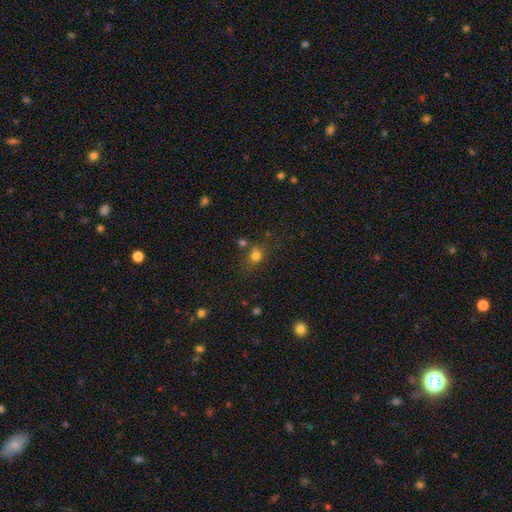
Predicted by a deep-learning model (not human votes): smooth-or-featured: smooth: 76% | star or artifact: 16% | featured or disk: 8%
  how-rounded: round: 65% | in between: 33% | cigar-shaped: 2%
  merging: none: 64% | minor disturbance: 16% | merger: 14% | major disturbance: 6%